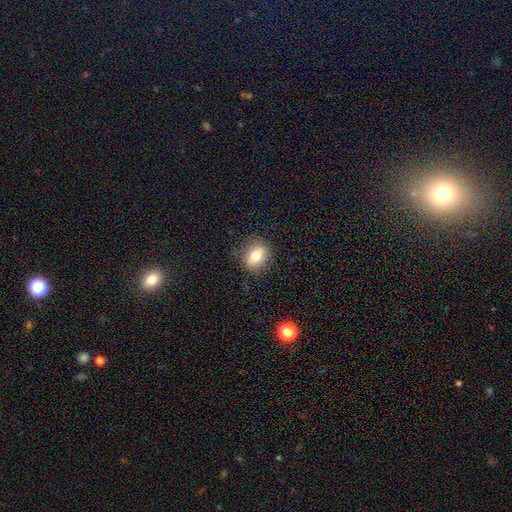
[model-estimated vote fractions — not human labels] smooth_or_featured: smooth (p=0.76) [alt: featured or disk p=0.14]
how_rounded: in between (p=0.51) [alt: round p=0.47]
merging: none (p=0.83) [alt: minor disturbance p=0.13]